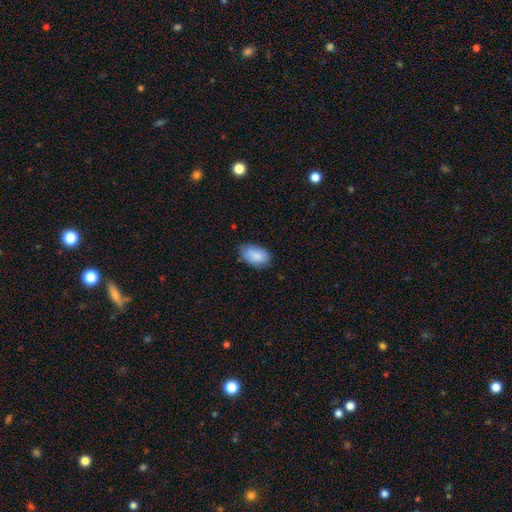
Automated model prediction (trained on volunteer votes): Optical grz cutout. It shows a smooth galaxy with no disk features (86%) that is in between round and cigar-shaped (94%). Merging: none (67%).